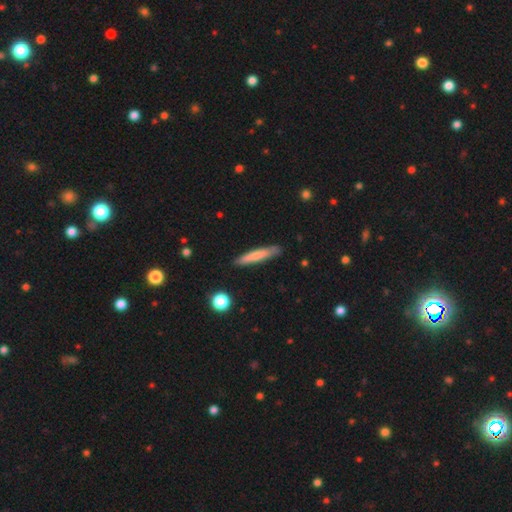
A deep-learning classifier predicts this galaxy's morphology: A smooth galaxy with no disk features (70%) that is cigar-shaped (92%).

Vote fractions:
- Smooth or featured? smooth: 70% / featured or disk: 24% / star or artifact: 6%
- How rounded? cigar-shaped: 92% / in between: 7% / round: 1%
- Merging? none: 84% / minor disturbance: 12% / major disturbance: 2% / merger: 2%